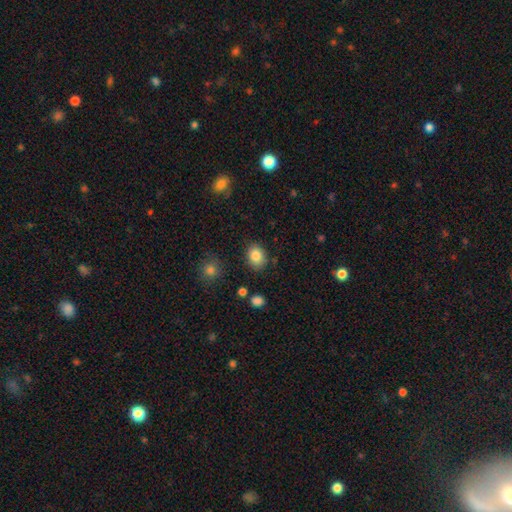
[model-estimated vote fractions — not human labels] Smooth or featured? smooth (85%)
How rounded? in between (60%)
Merging? none (84%)